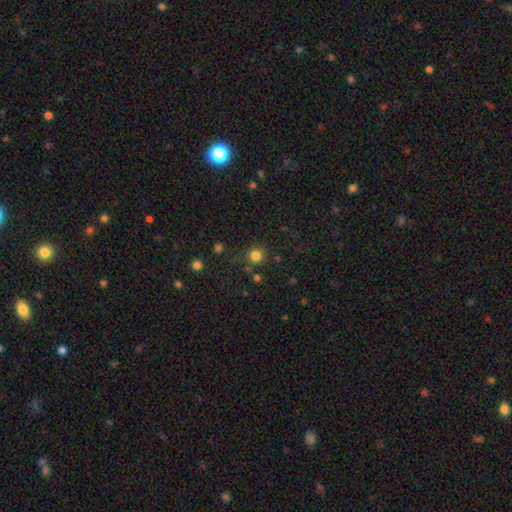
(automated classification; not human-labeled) A smooth galaxy with no disk features (81%) that is round (93%).

Vote fractions:
- Smooth or featured? smooth: 81% / star or artifact: 14% / featured or disk: 5%
- How rounded? round: 93% / in between: 6% / cigar-shaped: 1%
- Merging? none: 82% / minor disturbance: 9% / merger: 5% / major disturbance: 4%